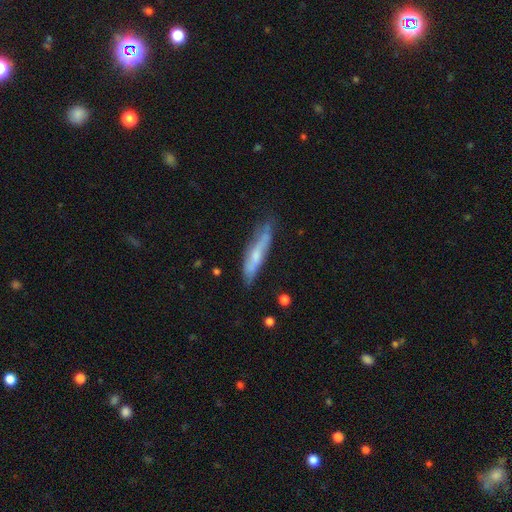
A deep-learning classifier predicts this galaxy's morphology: Smooth or featured?
  - smooth: 48% *
  - featured or disk: 45%
  - star or artifact: 7%
Merging?
  - none: 61% *
  - minor disturbance: 28%
  - major disturbance: 8%
  - merger: 3%